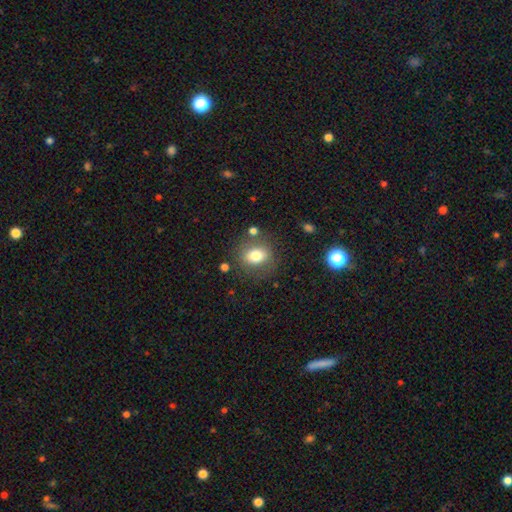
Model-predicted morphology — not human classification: A smooth galaxy with no disk features (75%) that is round (53%).

Vote fractions:
- Smooth or featured? smooth: 75% / featured or disk: 14% / star or artifact: 10%
- How rounded? round: 53% / in between: 46% / cigar-shaped: 1%
- Merging? none: 75% / minor disturbance: 14% / major disturbance: 6% / merger: 5%